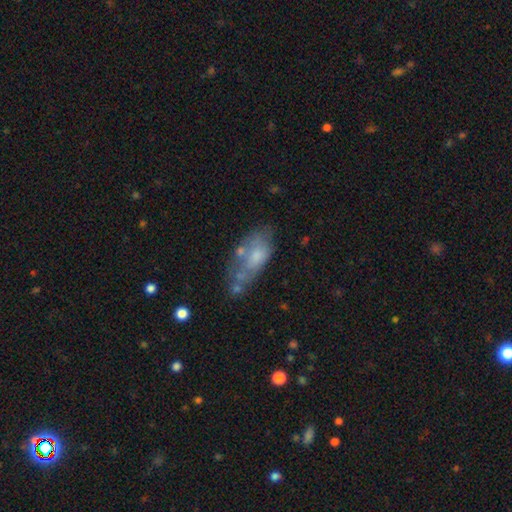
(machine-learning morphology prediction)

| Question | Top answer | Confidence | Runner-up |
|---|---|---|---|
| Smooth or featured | smooth | 55% | featured or disk (37%) |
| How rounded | in between | 86% | cigar-shaped (10%) |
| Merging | none | 39% | minor disturbance (27%) |